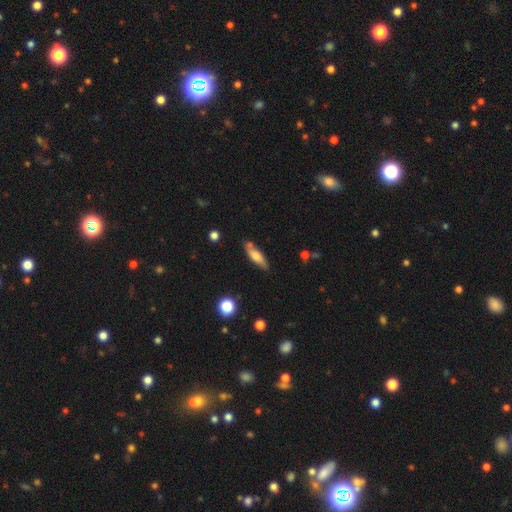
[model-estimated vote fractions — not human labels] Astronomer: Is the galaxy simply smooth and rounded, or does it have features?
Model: smooth — 61%.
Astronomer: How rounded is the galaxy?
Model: cigar-shaped — 60% (runner-up: in between, 37%).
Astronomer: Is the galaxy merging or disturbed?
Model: none — 73%.